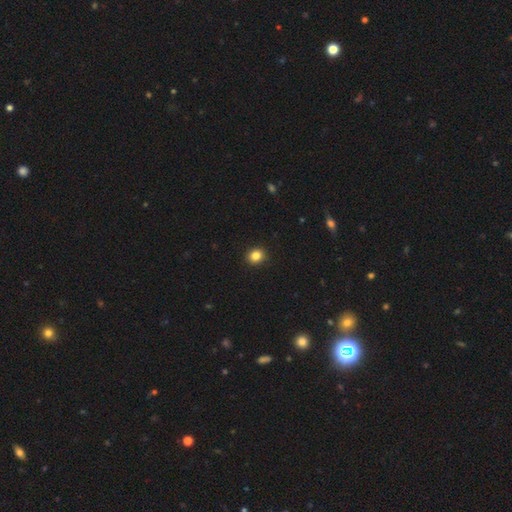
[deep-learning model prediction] Smooth or featured?
  - smooth: 84% *
  - star or artifact: 11%
  - featured or disk: 5%
How rounded?
  - round: 79% *
  - in between: 20%
  - cigar-shaped: 1%
Merging?
  - none: 92% *
  - minor disturbance: 5%
  - major disturbance: 2%
  - merger: 1%